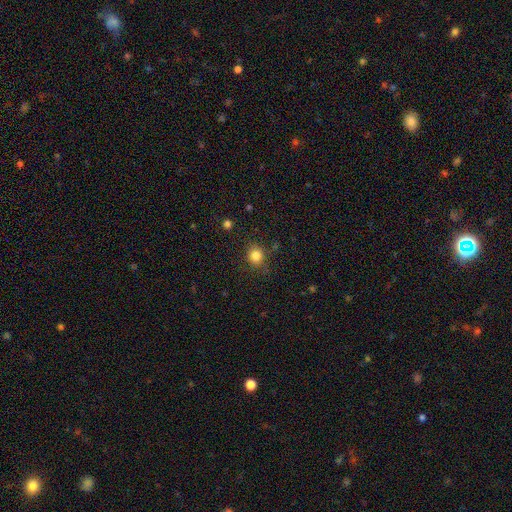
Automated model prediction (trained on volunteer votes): Smooth or featured? smooth (83%)
How rounded? round (80%)
Merging? none (83%)